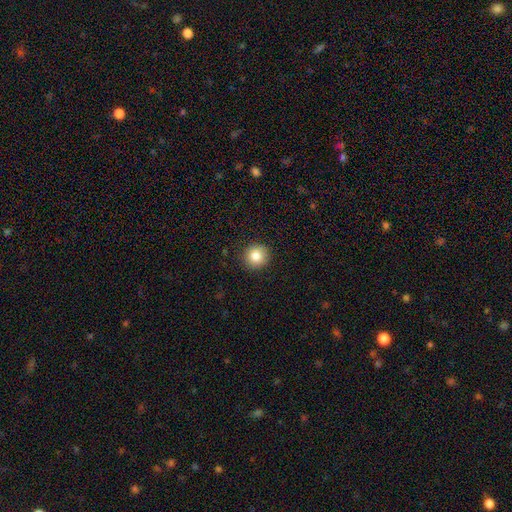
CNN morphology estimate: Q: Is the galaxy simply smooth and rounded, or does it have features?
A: smooth — 84%.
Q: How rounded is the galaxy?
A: round — 94%.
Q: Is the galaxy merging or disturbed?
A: none — 91%.